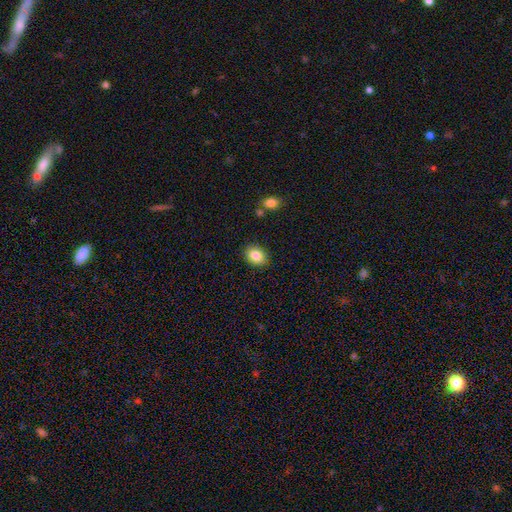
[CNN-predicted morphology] Smooth or featured? Predicted: smooth (p=0.85). How rounded? Predicted: in between (p=0.68). Merging? Predicted: none (p=0.88).